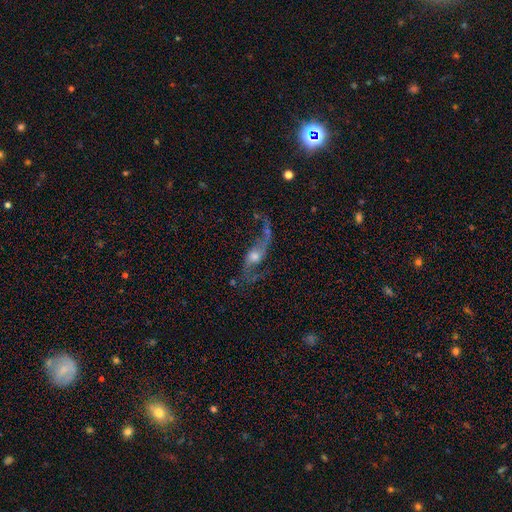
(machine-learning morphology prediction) Q: Smooth or featured?
A: featured or disk (79%); runner-up: smooth (12%)
Q: Edge-on disk?
A: no (88%); runner-up: yes (12%)
Q: Bar?
A: no (60%); runner-up: weak (30%)
Q: Spiral arms?
A: yes (90%); runner-up: no (10%)
Q: Spiral winding?
A: loose (87%); runner-up: medium (10%)
Q: Spiral arm count?
A: 2 (88%); runner-up: 1 (6%)
Q: Bulge size?
A: moderate (58%); runner-up: small (24%)
Q: Merging?
A: none (55%); runner-up: major disturbance (22%)